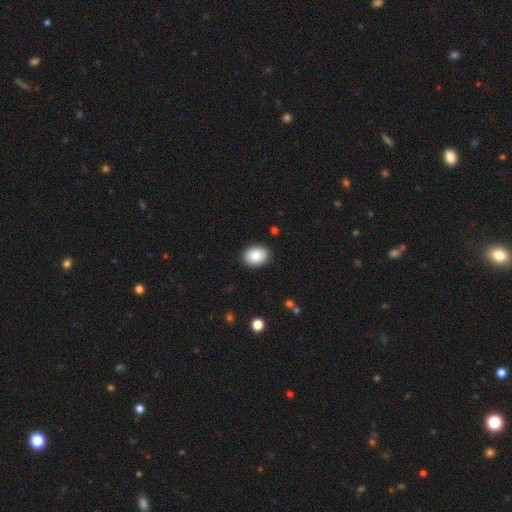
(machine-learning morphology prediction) This appears to be a smooth galaxy with no disk features (87%) that is in between round and cigar-shaped (68%). Merging: none (90%).